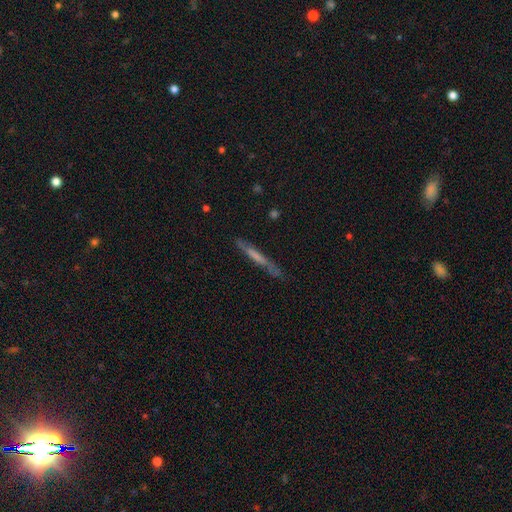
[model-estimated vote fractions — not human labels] This is possibly a featured or disk galaxy (49%). Merging: likely none (77%).